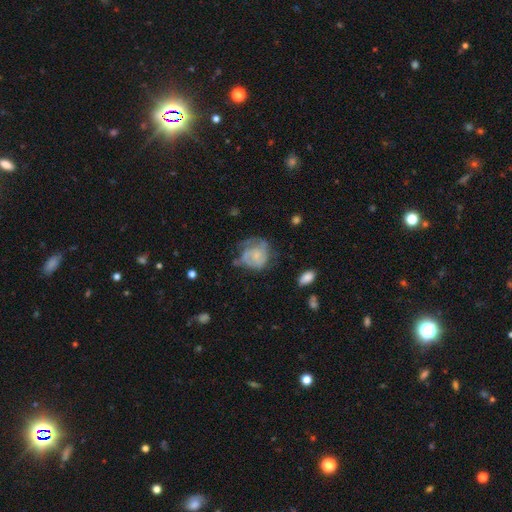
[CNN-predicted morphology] This appears to be a featured or disk galaxy (58%) with no bar (75%), spiral arms (73%) and a small central bulge (49%). Merging: none (41%).